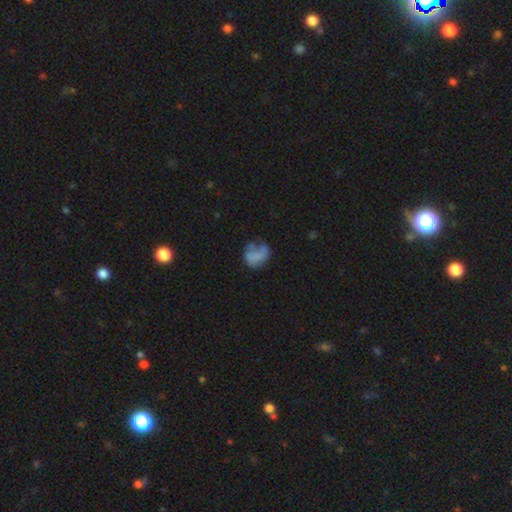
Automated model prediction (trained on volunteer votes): The model was most divided on "merging": none: 34%, major disturbance: 32%, minor disturbance: 25%, merger: 9%. More confident: smooth or featured — smooth (58%); how rounded — round (52%).